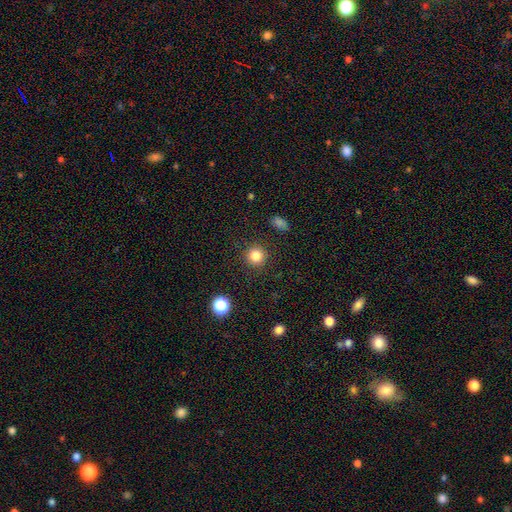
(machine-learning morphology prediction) smooth 83%, star or artifact 12%, featured or disk 5%. Down the decision tree: how rounded — round (94%); merging — none (91%).